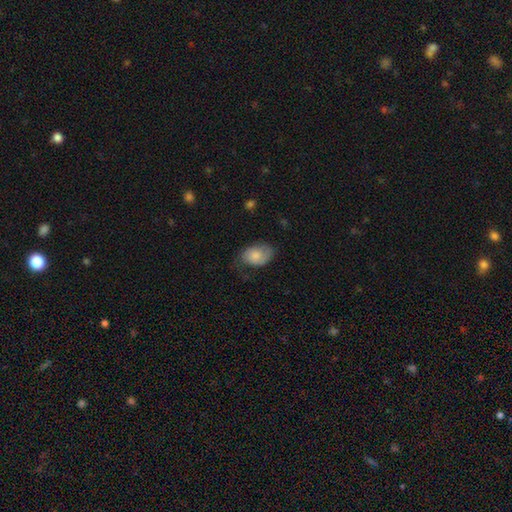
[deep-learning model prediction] Overall: smooth (74%). How rounded: in between (85%). Merging: none (53%; minor disturbance 32%).